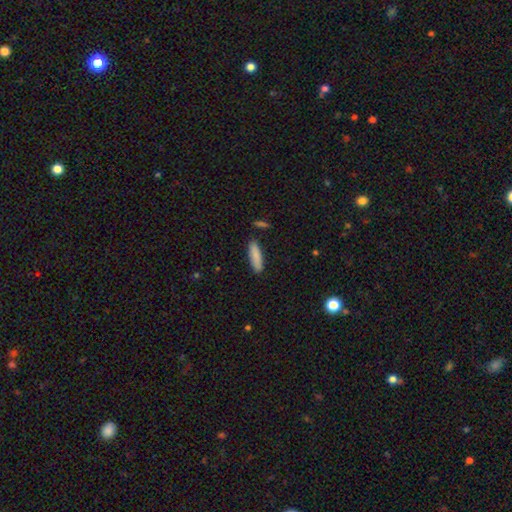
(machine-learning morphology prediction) Q: Smooth or featured?
A: smooth (87%); runner-up: featured or disk (7%)
Q: How rounded?
A: cigar-shaped (63%); runner-up: in between (36%)
Q: Merging?
A: none (87%); runner-up: minor disturbance (9%)